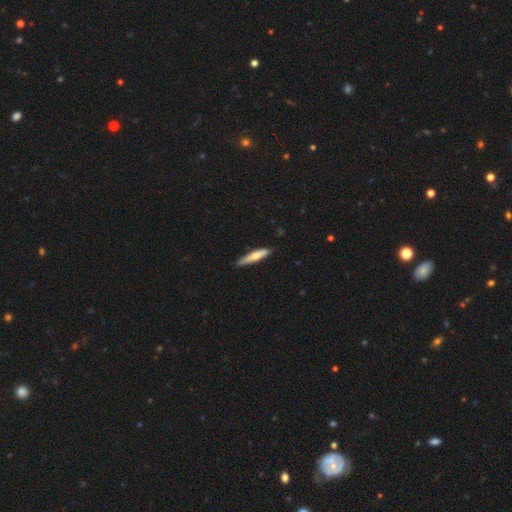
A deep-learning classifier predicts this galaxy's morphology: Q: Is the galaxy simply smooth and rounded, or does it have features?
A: smooth — 57%.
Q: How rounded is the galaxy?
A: cigar-shaped — 86%.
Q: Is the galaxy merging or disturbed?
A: none — 80%.